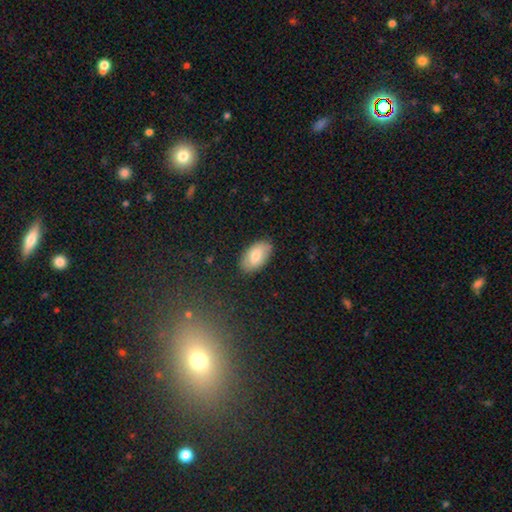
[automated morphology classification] smooth 76%, featured or disk 18%, star or artifact 6%. Down the decision tree: how rounded — in between (95%); merging — none (85%).